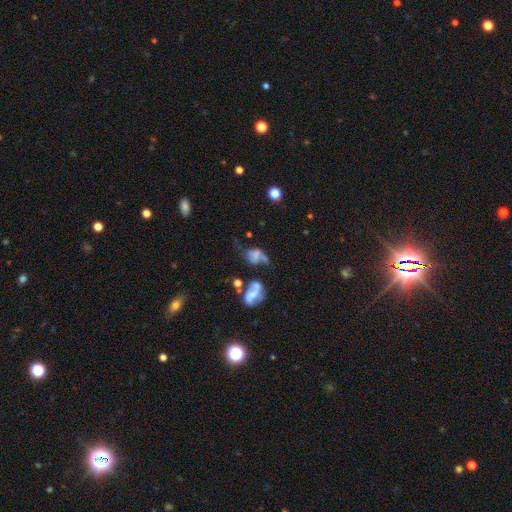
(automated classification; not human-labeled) Q: Smooth or featured?
A: smooth (45%); runner-up: featured or disk (38%)
Q: Merging?
A: major disturbance (29%); tied with: merger (29%)